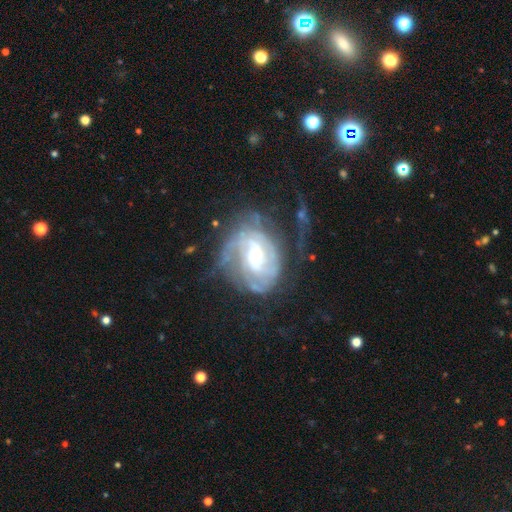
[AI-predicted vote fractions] Overall: featured or disk (86%). Edge-on disk: no (97%). Bar: no (54%; weak 37%). Spiral arms: yes (93%). Spiral arm count: can't tell (36%; 2 35%). Spiral winding: tight (60%; medium 30%). Bulge size: moderate (47%; small 41%). Merging: none (46%; major disturbance 29%).